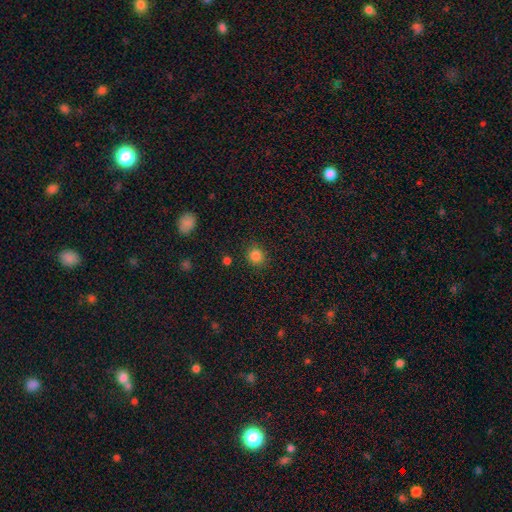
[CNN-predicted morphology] Smooth or featured? Predicted: smooth (p=0.84). How rounded? Predicted: round (p=0.82). Merging? Predicted: none (p=0.87).